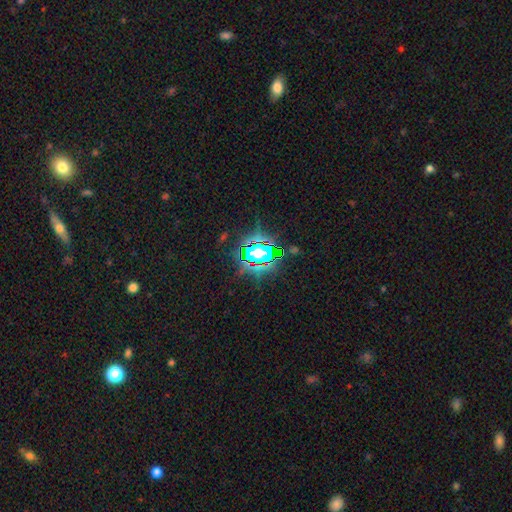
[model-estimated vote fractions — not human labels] star or artifact 68%, smooth 17%, featured or disk 14%.